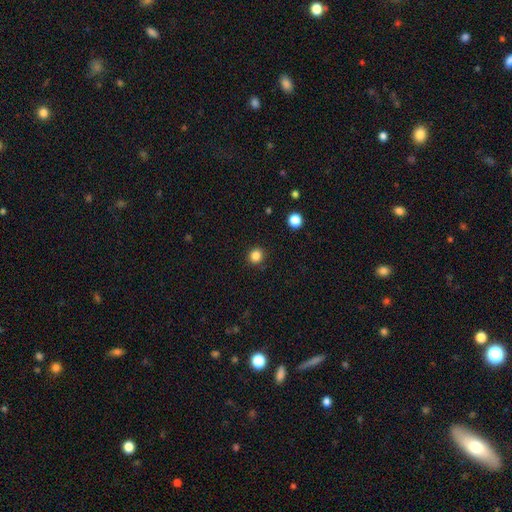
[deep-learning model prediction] This appears to be a smooth galaxy with no disk features (85%) that is round (86%). Merging: none (90%).